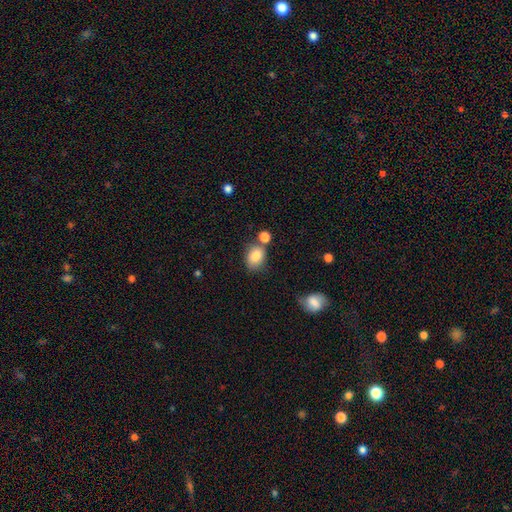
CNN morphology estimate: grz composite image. It shows a smooth galaxy with no disk features (83%) that is in between round and cigar-shaped (62%). Merging: none (60%).